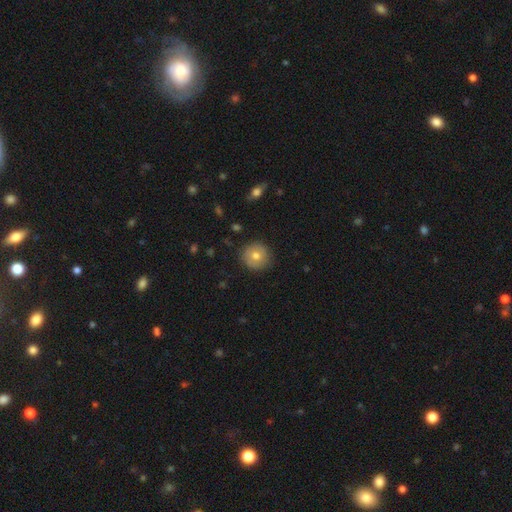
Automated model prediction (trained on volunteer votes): Smooth or featured? Predicted: smooth (p=0.73). How rounded? Predicted: round (p=0.94). Merging? Predicted: none (p=0.88).